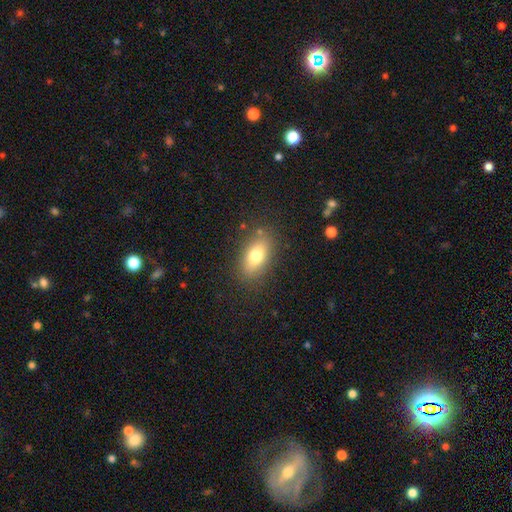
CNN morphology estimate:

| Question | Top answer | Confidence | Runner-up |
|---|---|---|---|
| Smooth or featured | smooth | 75% | featured or disk (16%) |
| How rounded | in between | 84% | round (8%) |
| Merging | none | 83% | minor disturbance (11%) |